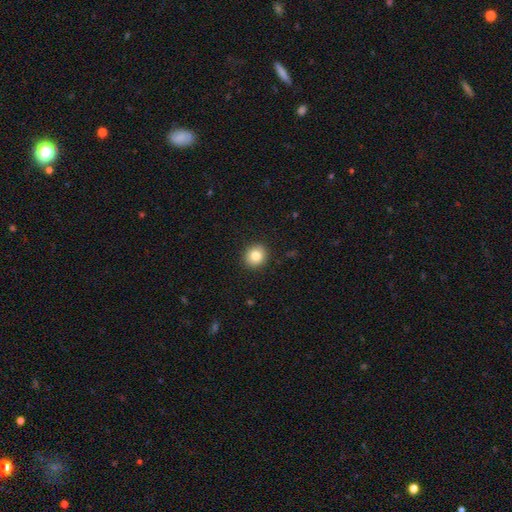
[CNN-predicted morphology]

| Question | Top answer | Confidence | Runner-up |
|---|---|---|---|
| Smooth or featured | smooth | 83% | star or artifact (9%) |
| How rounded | round | 83% | in between (16%) |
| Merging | none | 92% | minor disturbance (6%) |